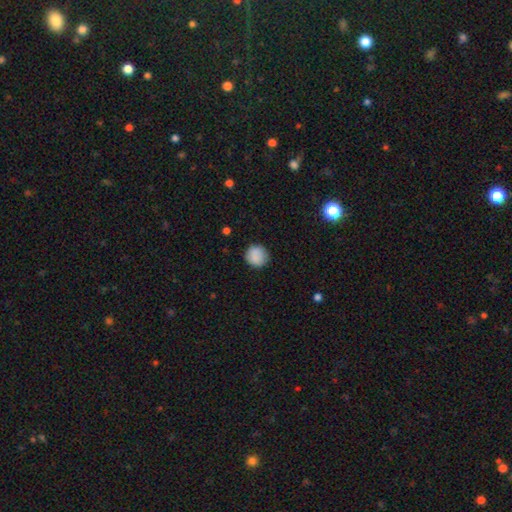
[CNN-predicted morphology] This appears to be a smooth galaxy with no disk features (88%) that is round (92%). Merging: none (86%).